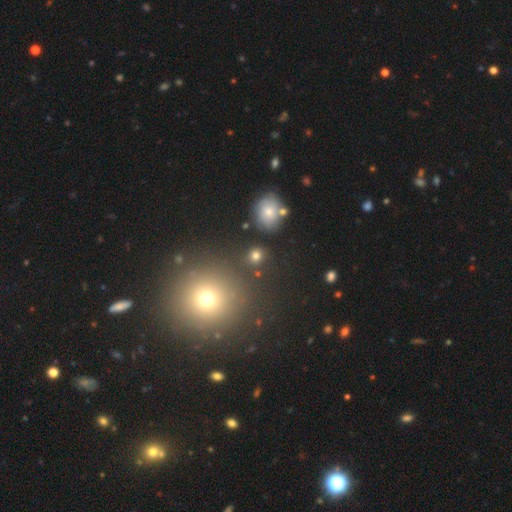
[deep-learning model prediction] A smooth galaxy with no disk features (77%) that is round (80%). Merging: none (82%).